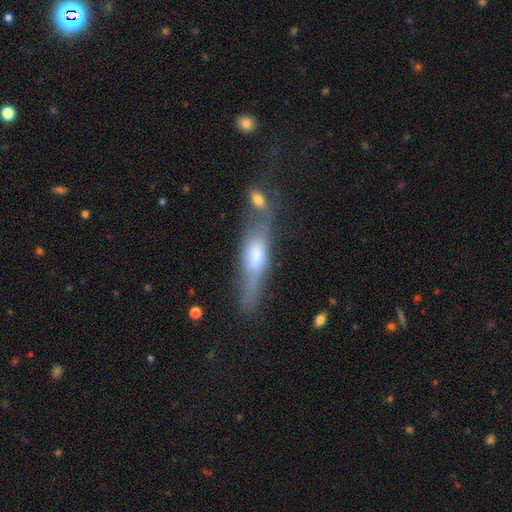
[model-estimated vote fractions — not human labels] Smooth or featured: featured or disk — 49% (smooth — 44%)
Merging: none — 46% (merger — 23%)